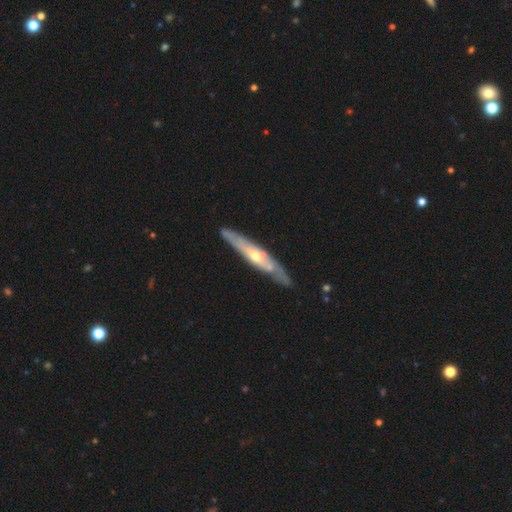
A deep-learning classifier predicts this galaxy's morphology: Smooth or featured? featured or disk (74%)
Edge-on disk? yes (69%)
Edge-on bulge? rounded (75%)
Merging? none (82%)